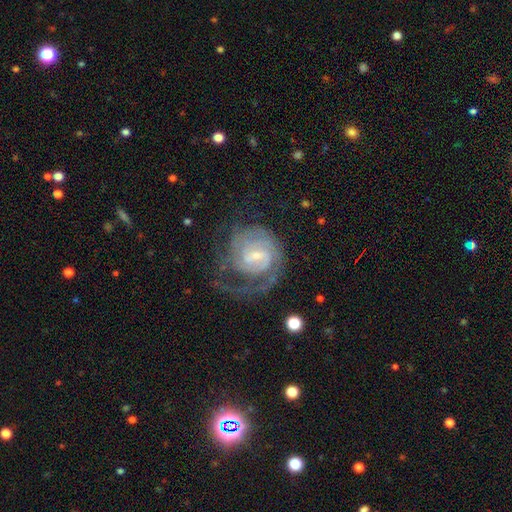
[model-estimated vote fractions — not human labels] A featured or disk galaxy (85%) with a weak bar (58%), 2 (36%) tight (59%) spiral arms (95%) and a small central bulge (65%). Merging: none (55%).